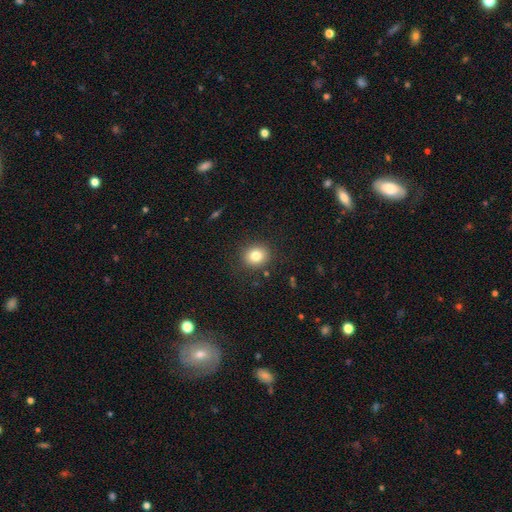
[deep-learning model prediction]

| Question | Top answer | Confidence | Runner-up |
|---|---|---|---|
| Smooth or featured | smooth | 81% | star or artifact (11%) |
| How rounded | round | 76% | in between (23%) |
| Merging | none | 88% | minor disturbance (8%) |